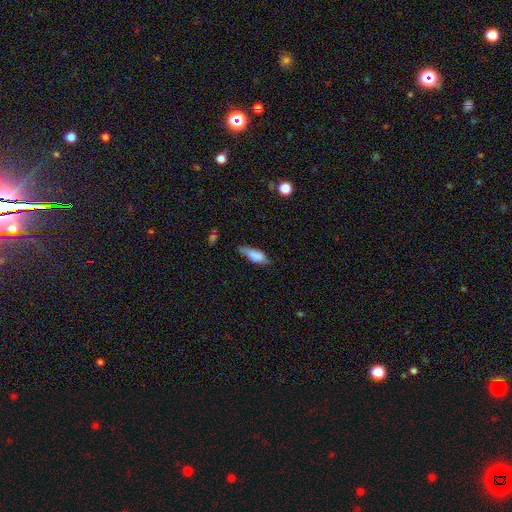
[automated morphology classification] The model was most divided on "merging": none: 48%, minor disturbance: 37%, major disturbance: 12%, merger: 4%. More confident: smooth or featured — smooth (76%); how rounded — in between (61%).